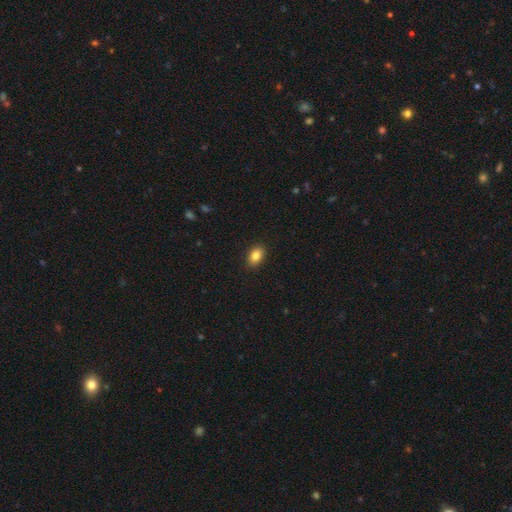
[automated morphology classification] This is clearly a smooth galaxy (84%). How rounded: likely in between (78%). Merging: clearly none (89%).